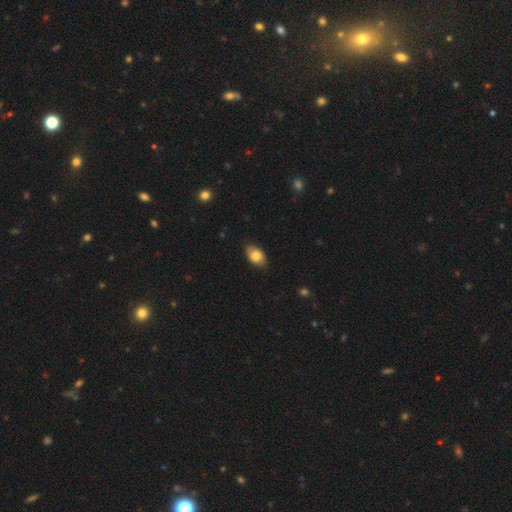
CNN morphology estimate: smooth_or_featured: smooth (p=0.81) [alt: featured or disk p=0.12]
how_rounded: in between (p=0.90) [alt: round p=0.09]
merging: none (p=0.83) [alt: minor disturbance p=0.14]